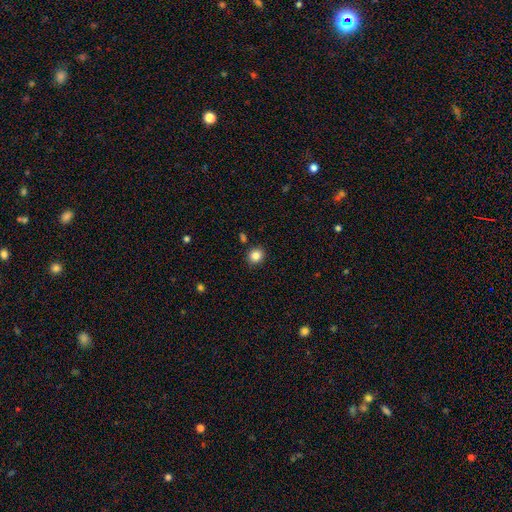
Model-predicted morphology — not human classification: smooth-or-featured: smooth: 84% | star or artifact: 11% | featured or disk: 5%
  how-rounded: round: 81% | in between: 18% | cigar-shaped: 1%
  merging: none: 89% | minor disturbance: 7% | merger: 3% | major disturbance: 2%